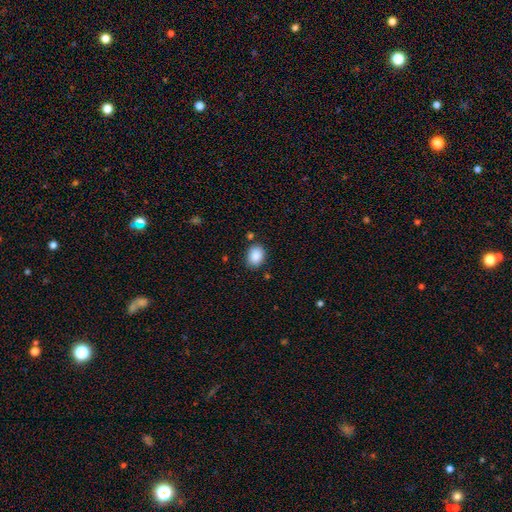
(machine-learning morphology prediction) A smooth galaxy with no disk features (89%) that is in between round and cigar-shaped (65%). Merging: none (81%).